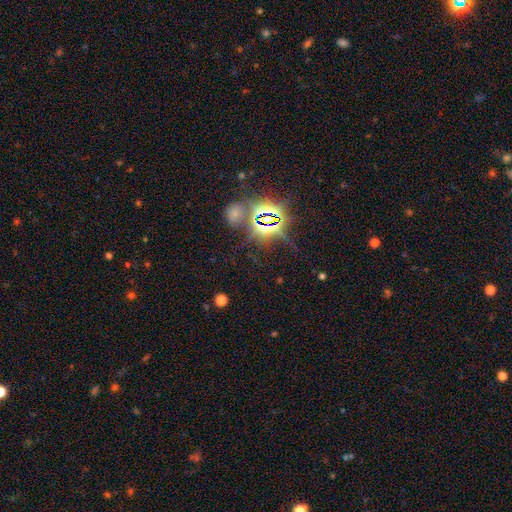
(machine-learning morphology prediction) The model was most divided on "smooth or featured": star or artifact: 82%, smooth: 10%, featured or disk: 8%.